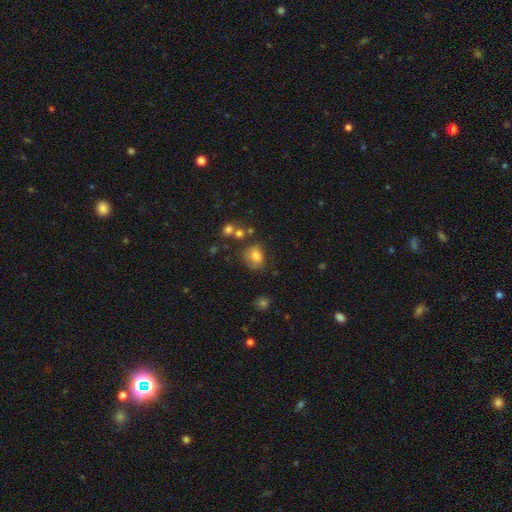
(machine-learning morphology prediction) smooth 76%, featured or disk 12%, star or artifact 12%. Down the decision tree: how rounded — round (55%); merging — none (56%).